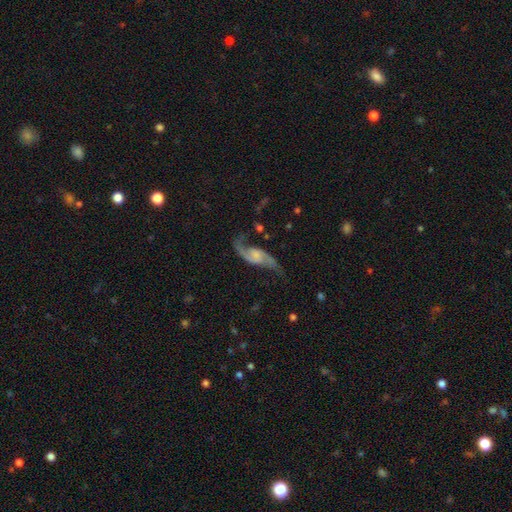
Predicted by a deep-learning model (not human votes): This is clearly a featured or disk galaxy (87%). It is clearly not viewed edge-on (95%). Bar: possibly no (50%). Spiral arm pattern: clearly yes (96%). Spiral arm count: clearly 2 (92%). Spiral winding: likely loose (67%). Central bulge: marginally small (38%). Merging: likely none (65%).